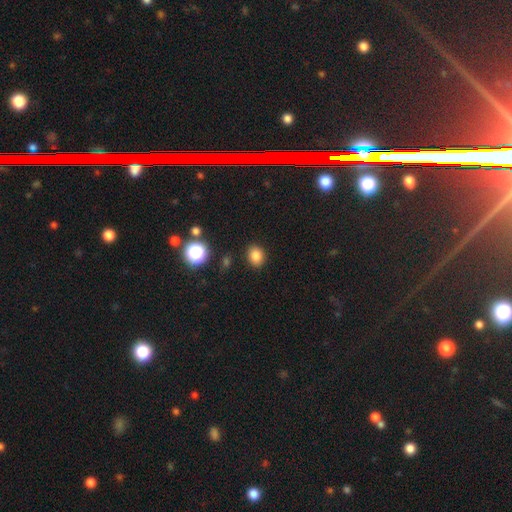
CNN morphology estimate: smooth 82%, star or artifact 13%, featured or disk 5%. Down the decision tree: how rounded — round (55%); merging — none (87%).